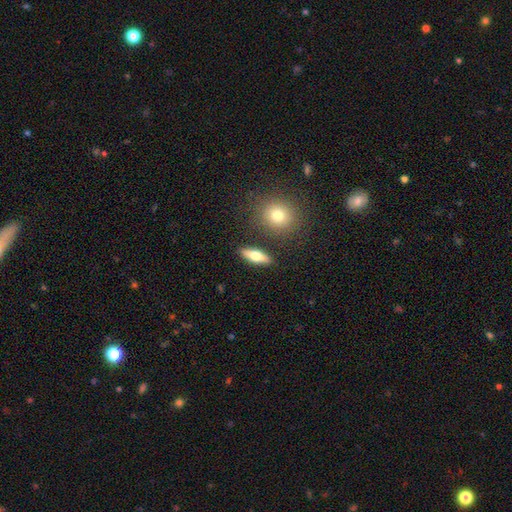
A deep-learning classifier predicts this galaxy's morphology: Q: Smooth or featured?
A: smooth (63%); runner-up: featured or disk (31%)
Q: How rounded?
A: in between (54%); runner-up: cigar-shaped (41%)
Q: Merging?
A: none (86%); runner-up: minor disturbance (8%)